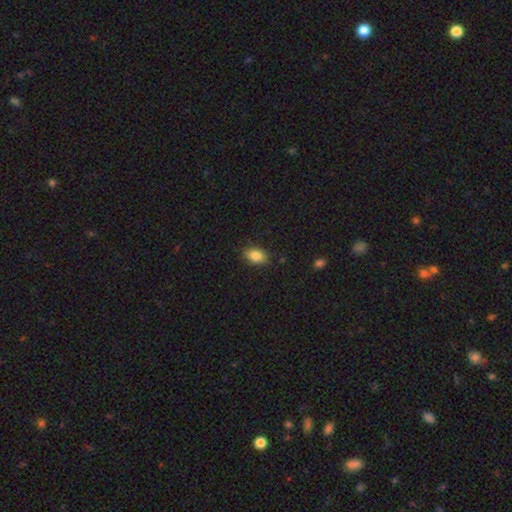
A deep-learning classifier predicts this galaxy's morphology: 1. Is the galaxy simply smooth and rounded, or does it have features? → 85% smooth, 9% star or artifact, 7% featured or disk.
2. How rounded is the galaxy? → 86% in between, 12% round, 2% cigar-shaped.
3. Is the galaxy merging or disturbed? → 86% none, 11% minor disturbance, 2% major disturbance, 1% merger.